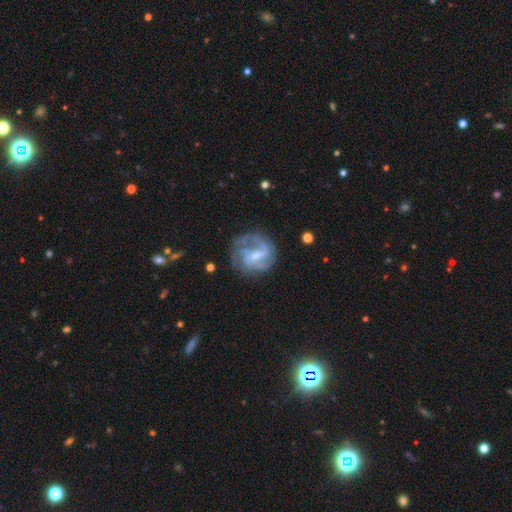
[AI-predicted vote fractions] This appears to be a featured or disk galaxy (78%) with a weak bar (53%), 2 (36%) medium (43%) spiral arms (88%) and a small central bulge (45%). Merging: none (62%).